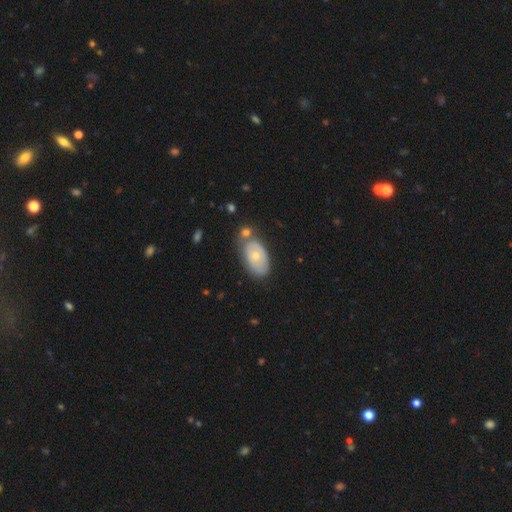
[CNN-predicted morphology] smooth_or_featured: smooth (p=0.52) [alt: featured or disk p=0.42]
how_rounded: in between (p=0.91) [alt: round p=0.07]
merging: none (p=0.57) [alt: minor disturbance p=0.21]